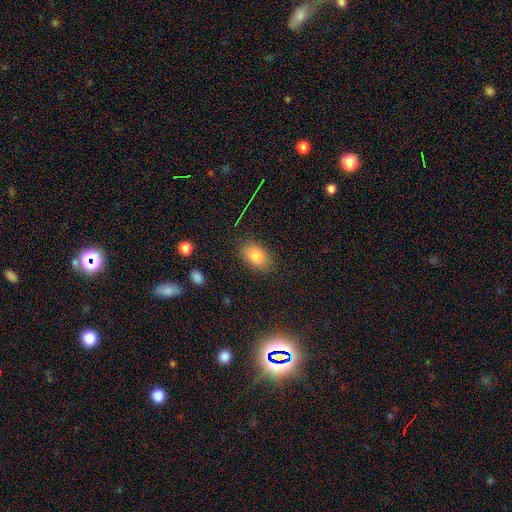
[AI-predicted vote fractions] A smooth galaxy with no disk features (81%) that is in between round and cigar-shaped (86%).

Vote fractions:
- Smooth or featured? smooth: 81% / star or artifact: 10% / featured or disk: 9%
- How rounded? in between: 86% / round: 13% / cigar-shaped: 2%
- Merging? none: 84% / minor disturbance: 12% / major disturbance: 3% / merger: 1%